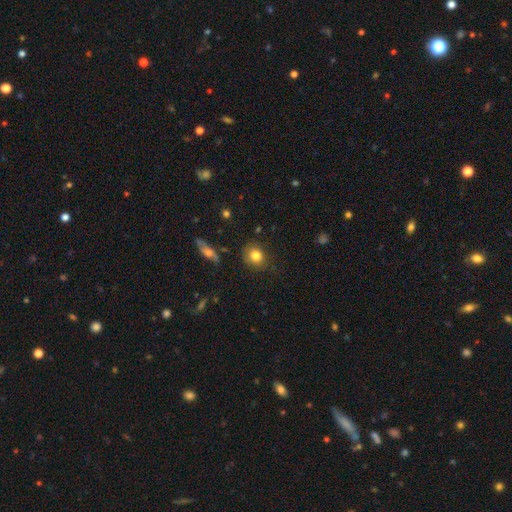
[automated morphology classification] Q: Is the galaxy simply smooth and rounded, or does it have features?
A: smooth — 82%.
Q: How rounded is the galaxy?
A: round — 77%.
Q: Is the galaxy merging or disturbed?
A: none — 80%.